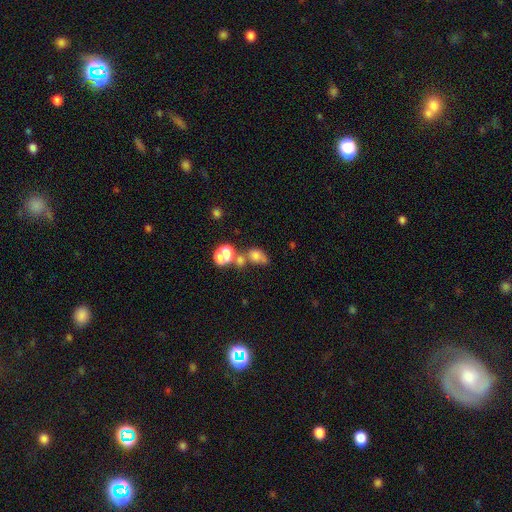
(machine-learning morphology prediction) Smooth or featured?
  - smooth: 63% *
  - star or artifact: 19%
  - featured or disk: 17%
How rounded?
  - in between: 51% *
  - round: 47%
  - cigar-shaped: 2%
Merging?
  - merger: 41% *
  - none: 33%
  - minor disturbance: 14%
  - major disturbance: 12%